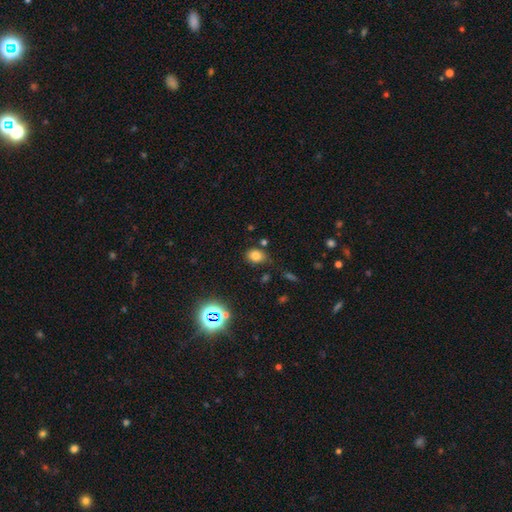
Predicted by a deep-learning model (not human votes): Overall: smooth (77%). How rounded: in between (61%; round 38%). Merging: none (74%).